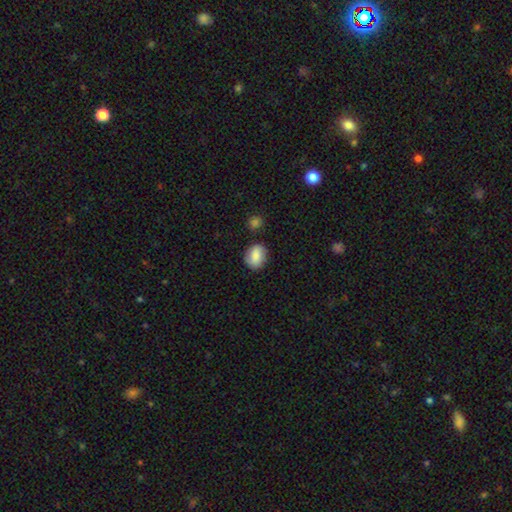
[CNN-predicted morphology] The model was most divided on "how rounded": in between: 54%, round: 44%, cigar-shaped: 1%. More confident: smooth or featured — smooth (81%); merging — none (78%).